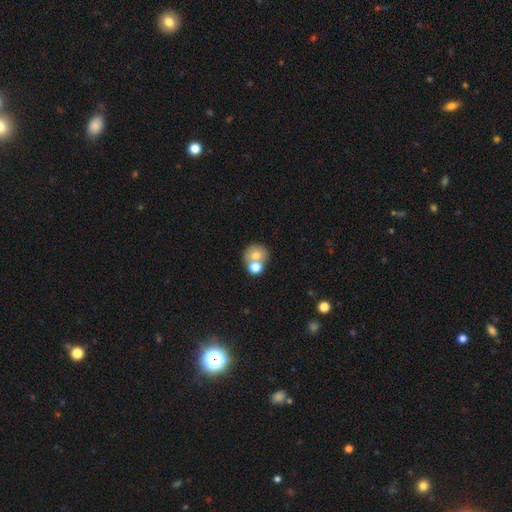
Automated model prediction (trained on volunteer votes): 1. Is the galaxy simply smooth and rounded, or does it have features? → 71% smooth, 18% featured or disk, 11% star or artifact.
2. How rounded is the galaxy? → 82% round, 17% in between, 1% cigar-shaped.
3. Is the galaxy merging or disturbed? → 46% none, 43% merger, 8% minor disturbance, 3% major disturbance.